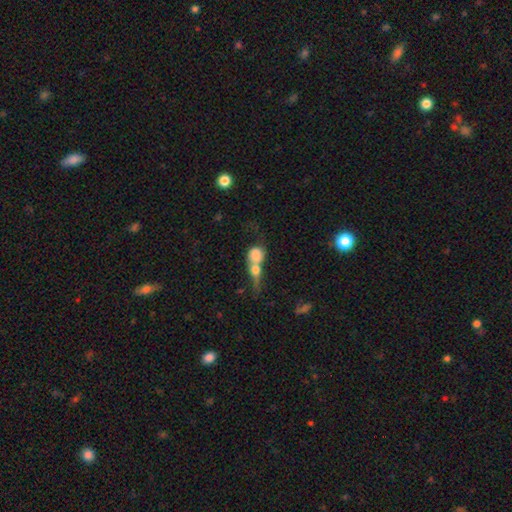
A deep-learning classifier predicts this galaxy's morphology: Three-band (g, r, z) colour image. It shows a smooth galaxy with no disk features (71%) that is round (67%). Merging: merger (72%).